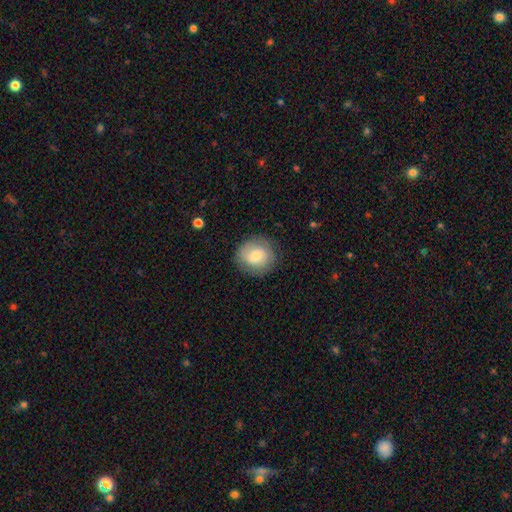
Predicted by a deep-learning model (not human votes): smooth_or_featured: smooth (p=0.70) [alt: featured or disk p=0.23]
how_rounded: round (p=0.84) [alt: in between p=0.15]
merging: none (p=0.84) [alt: minor disturbance p=0.11]